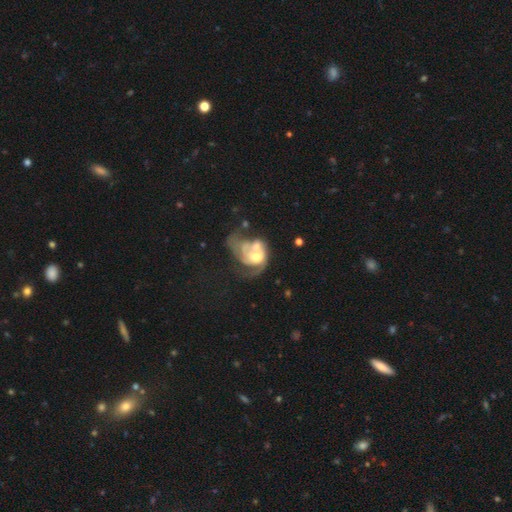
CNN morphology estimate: This appears to be a featured or disk galaxy (70%) with no bar (75%), spiral arms (70%) and a moderate central bulge (55%). Merging: merger (51%).